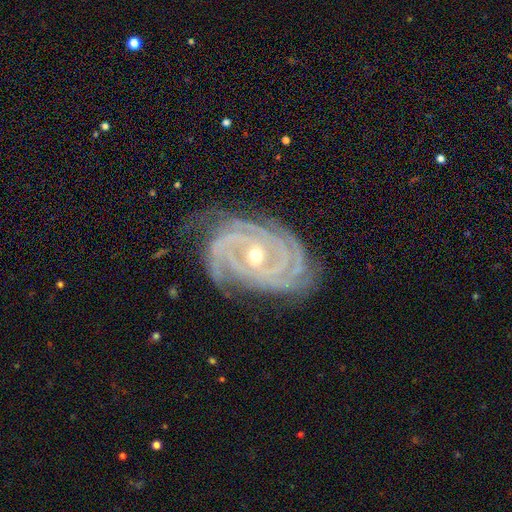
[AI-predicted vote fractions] This is clearly a featured or disk galaxy (92%). It is clearly not viewed edge-on (97%). Bar: possibly no (51%). Spiral arm pattern: clearly yes (98%). Spiral arm count: marginally 3 (28%). Spiral winding: likely tight (78%). Central bulge: possibly small (54%). Merging: likely none (71%).